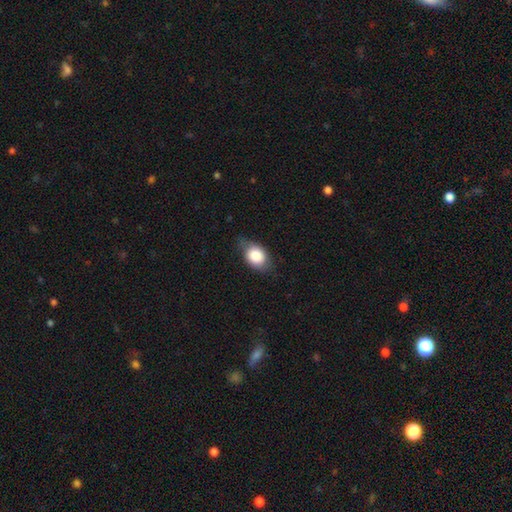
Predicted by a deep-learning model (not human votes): Smooth or featured?
  - smooth: 82% *
  - featured or disk: 11%
  - star or artifact: 7%
How rounded?
  - in between: 73% *
  - round: 26%
  - cigar-shaped: 2%
Merging?
  - none: 62% *
  - minor disturbance: 29%
  - major disturbance: 7%
  - merger: 1%